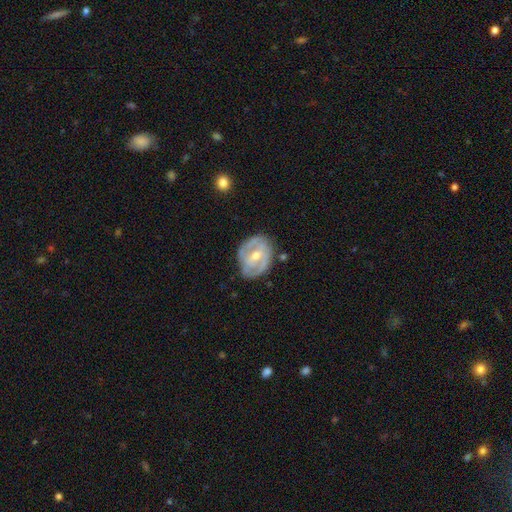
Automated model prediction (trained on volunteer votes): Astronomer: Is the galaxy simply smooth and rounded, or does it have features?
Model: featured or disk — 79%.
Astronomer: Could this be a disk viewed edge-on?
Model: no — 96%.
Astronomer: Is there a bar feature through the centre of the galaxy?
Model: weak — 44% (runner-up: no, 31%).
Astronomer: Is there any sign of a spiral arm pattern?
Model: yes — 80%.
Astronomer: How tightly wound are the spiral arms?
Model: tight — 53% (runner-up: medium, 35%).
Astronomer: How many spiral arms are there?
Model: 2 — 56%.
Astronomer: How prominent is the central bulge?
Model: moderate — 57% (runner-up: small, 39%).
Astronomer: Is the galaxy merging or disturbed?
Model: none — 70%.